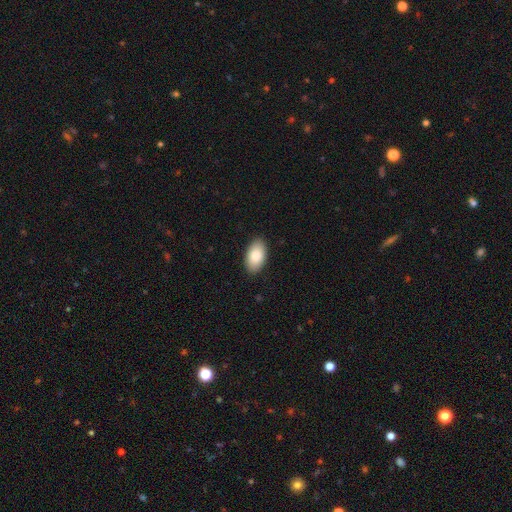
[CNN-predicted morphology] A smooth galaxy with no disk features (85%) that is in between round and cigar-shaped (95%).

Vote fractions:
- Smooth or featured? smooth: 85% / featured or disk: 9% / star or artifact: 6%
- How rounded? in between: 95% / round: 3% / cigar-shaped: 2%
- Merging? none: 89% / minor disturbance: 9% / major disturbance: 2% / merger: 1%